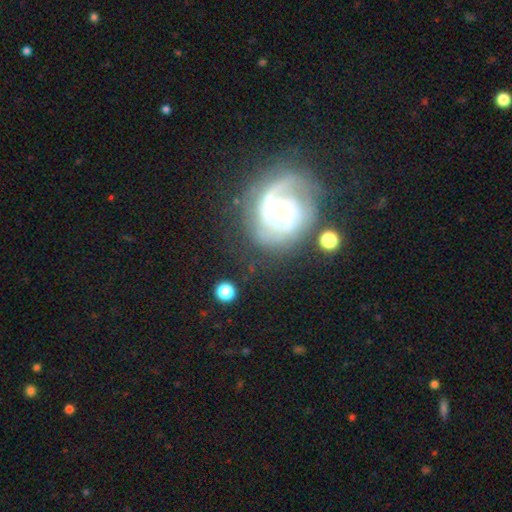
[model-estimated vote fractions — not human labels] A featured or disk galaxy (73%) with no bar (44%), 2 (57%) tight (48%) spiral arms (91%) and a small central bulge (52%).

Vote fractions:
- Smooth or featured? featured or disk: 73% / star or artifact: 14% / smooth: 13%
- Edge-on disk? no: 97% / yes: 3%
- Bar? no: 44% / weak: 41% / strong: 16%
- Spiral arms? yes: 91% / no: 9%
- Spiral winding? tight: 48% / medium: 37% / loose: 14%
- Spiral arm count? 2: 57% / can't tell: 18% / 1: 9% / 3: 8% / 4: 4% / more than 4: 4%
- Bulge size? small: 52% / moderate: 36% / large: 6% / none: 5% / dominant: 2%
- Merging? none: 66% / minor disturbance: 17% / major disturbance: 11% / merger: 6%